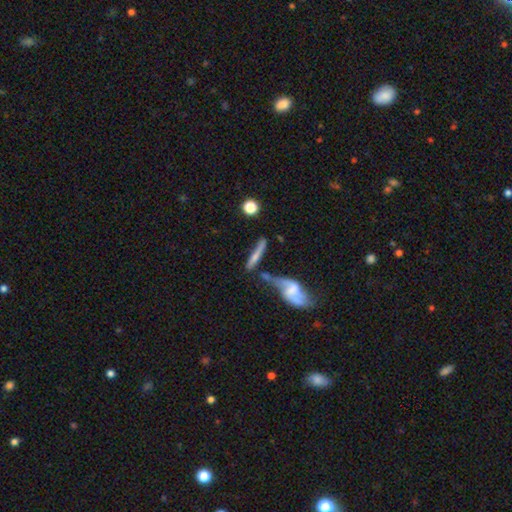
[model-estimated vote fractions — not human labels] Overall: featured or disk (50%; smooth 41%). Edge-on disk: yes (71%). Merging: none (42%; merger 32%).